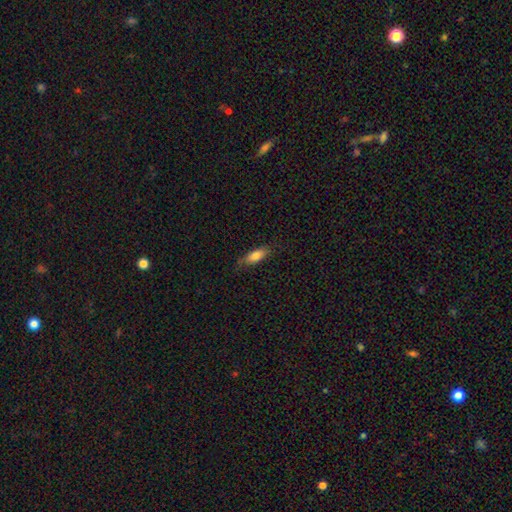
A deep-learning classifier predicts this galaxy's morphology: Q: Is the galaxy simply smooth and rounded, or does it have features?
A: smooth — 80%.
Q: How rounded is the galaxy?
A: in between — 69%.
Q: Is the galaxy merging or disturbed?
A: none — 75%.